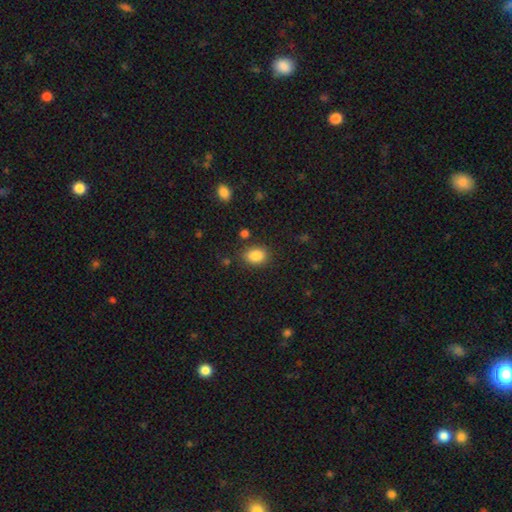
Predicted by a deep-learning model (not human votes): Morphology: type=smooth (87%); roundness=in between (77%); merging=none (81%).